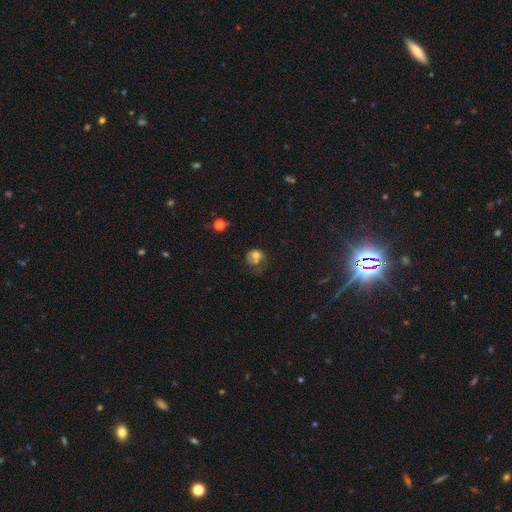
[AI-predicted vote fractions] smooth_or_featured: smooth (p=0.60) [alt: featured or disk p=0.26]
how_rounded: round (p=0.61) [alt: in between p=0.38]
merging: major disturbance (p=0.30) [alt: none p=0.28]